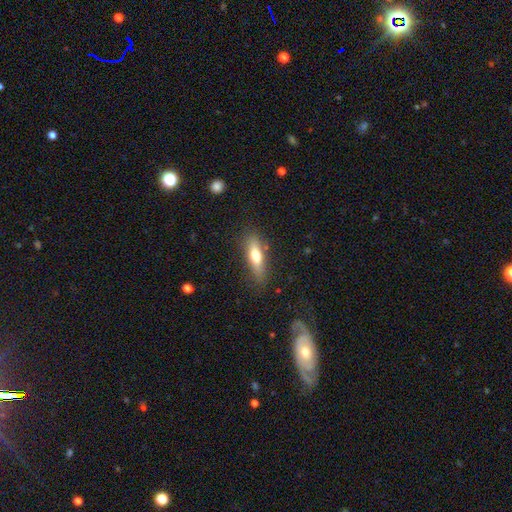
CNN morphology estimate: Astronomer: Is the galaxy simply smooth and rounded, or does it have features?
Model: smooth — 63%.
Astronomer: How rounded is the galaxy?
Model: cigar-shaped — 55% (runner-up: in between, 42%).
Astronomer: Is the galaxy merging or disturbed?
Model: none — 81%.